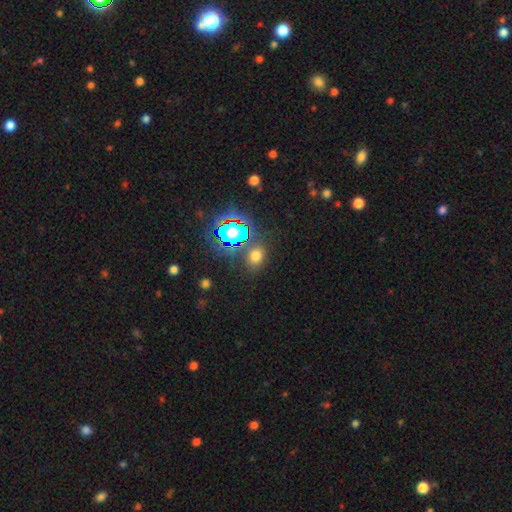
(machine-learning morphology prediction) This appears to be a smooth galaxy with no disk features (58%) that is in between round and cigar-shaped (58%). Merging: none (79%).